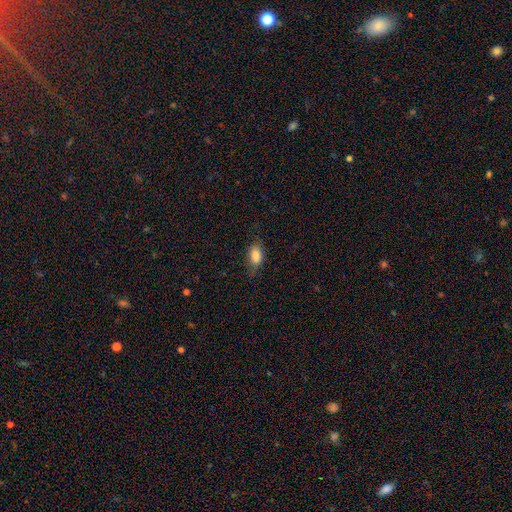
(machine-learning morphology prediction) smooth_or_featured: smooth (p=0.82) [alt: featured or disk p=0.10]
how_rounded: in between (p=0.85) [alt: round p=0.11]
merging: none (p=0.71) [alt: minor disturbance p=0.22]